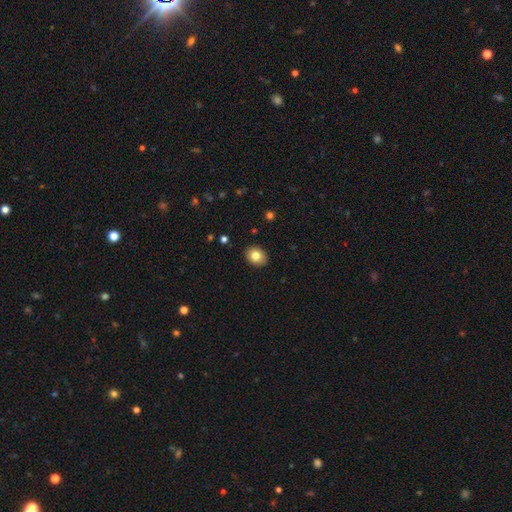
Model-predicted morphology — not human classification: smooth 81%, featured or disk 9%, star or artifact 9%. Down the decision tree: how rounded — in between (54%); merging — none (90%).